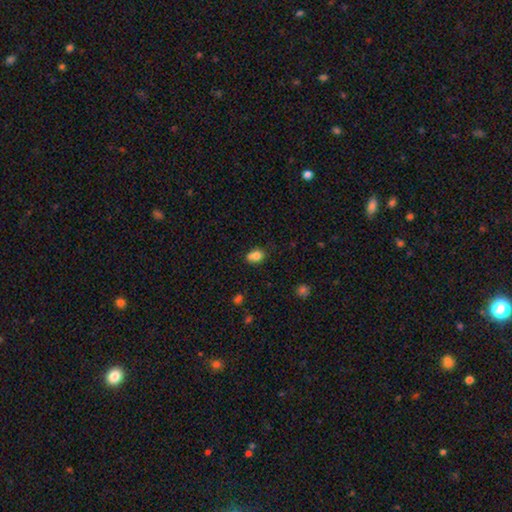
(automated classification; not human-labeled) Overall: smooth (79%). How rounded: in between (57%; round 42%). Merging: none (48%; merger 26%).